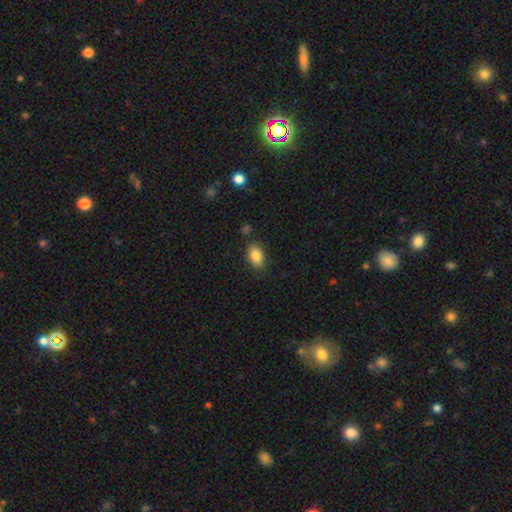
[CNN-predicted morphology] Smooth or featured? Predicted: smooth (p=0.86). How rounded? Predicted: in between (p=0.90). Merging? Predicted: none (p=0.81).